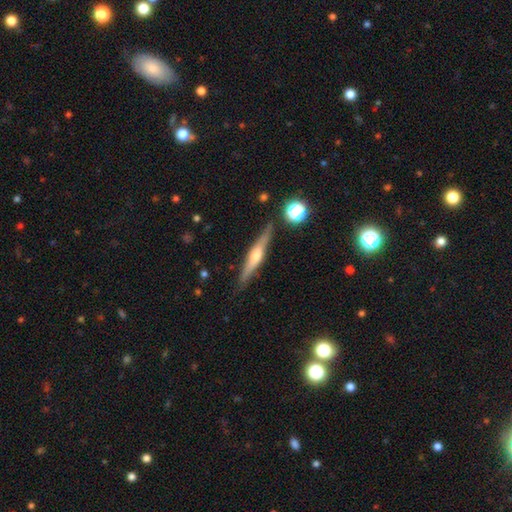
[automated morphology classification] A featured or disk galaxy (68%) viewed edge-on (97%) with a rounded central bulge (86%).

Vote fractions:
- Smooth or featured? featured or disk: 68% / smooth: 25% / star or artifact: 7%
- Edge-on disk? yes: 97% / no: 3%
- Edge-on bulge? rounded: 86% / boxy: 7% / none: 7%
- Merging? none: 86% / minor disturbance: 10% / merger: 2% / major disturbance: 2%